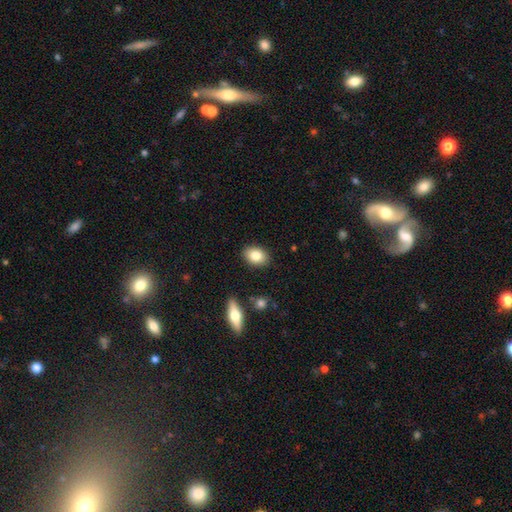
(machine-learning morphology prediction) Smooth or featured? smooth (82%)
How rounded? in between (77%)
Merging? none (88%)